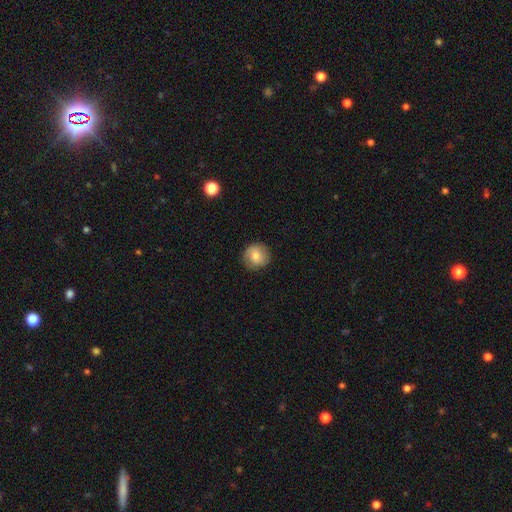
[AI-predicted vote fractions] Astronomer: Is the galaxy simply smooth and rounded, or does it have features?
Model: smooth — 69%.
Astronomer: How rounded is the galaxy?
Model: round — 91%.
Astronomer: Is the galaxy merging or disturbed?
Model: none — 85%.